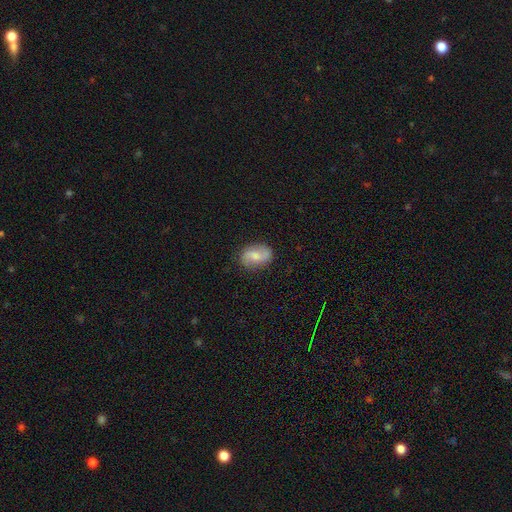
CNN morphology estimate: smooth_or_featured: featured or disk (p=0.51) [alt: smooth p=0.41]
disk_edge_on: no (p=0.96) [alt: yes p=0.04]
merging: none (p=0.81) [alt: minor disturbance p=0.14]